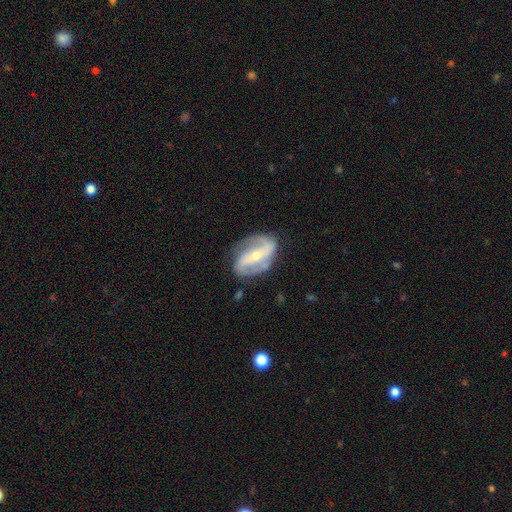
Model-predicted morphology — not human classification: A featured or disk galaxy (85%) with a strong bar (59%), 2 (88%) medium (42%) spiral arms (91%) and a small central bulge (58%).

Vote fractions:
- Smooth or featured? featured or disk: 85% / smooth: 10% / star or artifact: 5%
- Edge-on disk? no: 95% / yes: 5%
- Bar? strong: 59% / weak: 24% / no: 17%
- Spiral arms? yes: 91% / no: 9%
- Spiral winding? medium: 42% / loose: 30% / tight: 28%
- Spiral arm count? 2: 88% / can't tell: 6% / 1: 3% / 3: 2% / 4: 1% / more than 4: 1%
- Bulge size? small: 58% / moderate: 39% / large: 2% / none: 1% / dominant: 1%
- Merging? none: 75% / minor disturbance: 17% / major disturbance: 7% / merger: 2%